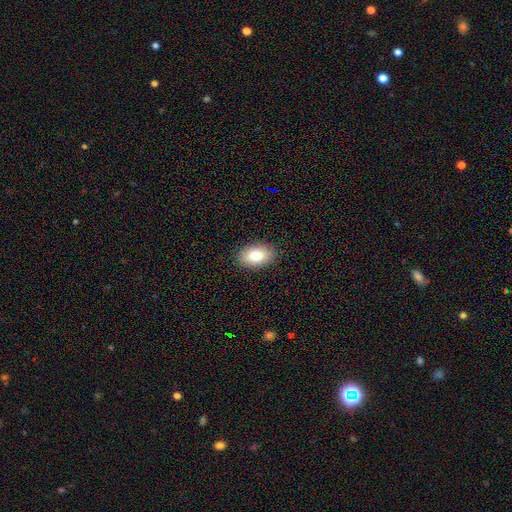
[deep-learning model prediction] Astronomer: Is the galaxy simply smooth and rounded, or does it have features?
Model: smooth — 82%.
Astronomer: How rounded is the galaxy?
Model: in between — 91%.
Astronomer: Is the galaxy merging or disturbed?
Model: none — 88%.